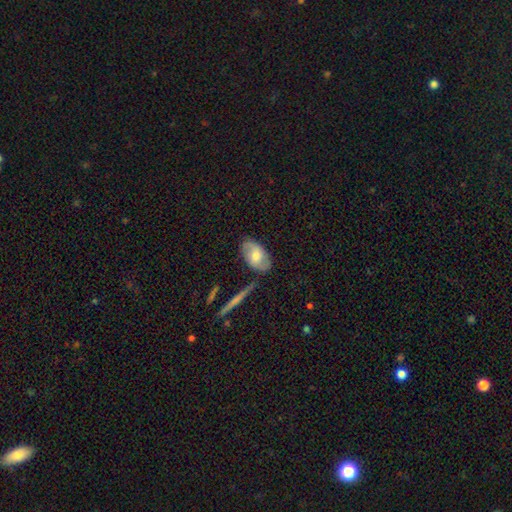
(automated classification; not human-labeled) This is possibly a smooth galaxy (53%). How rounded: clearly in between (91%). Merging: likely none (74%).